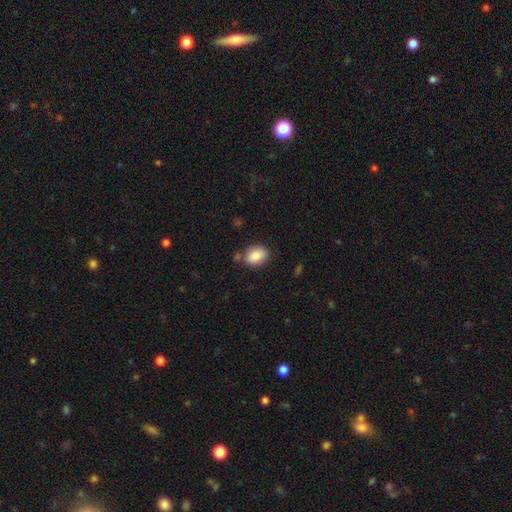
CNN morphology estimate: Overall: smooth (84%). How rounded: in between (67%; round 32%). Merging: none (75%).